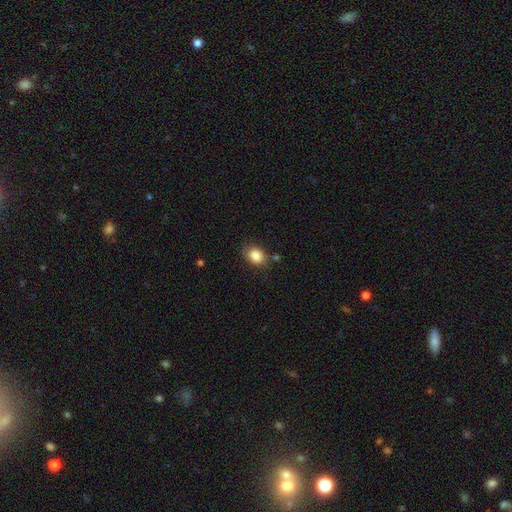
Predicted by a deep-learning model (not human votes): Morphology: type=smooth (85%); roundness=in between (67%); merging=none (74%).